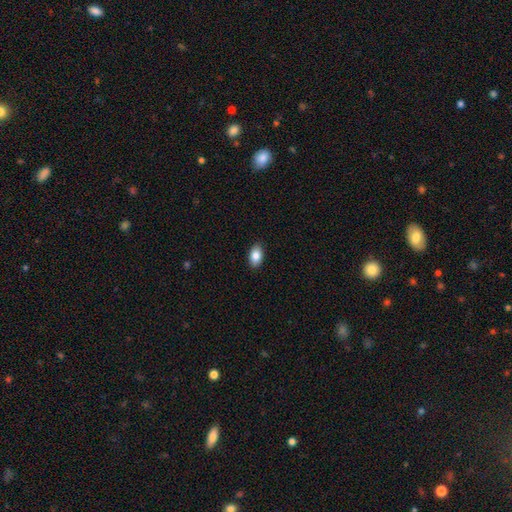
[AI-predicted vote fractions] smooth_or_featured: smooth (p=0.86) [alt: star or artifact p=0.07]
how_rounded: in between (p=0.91) [alt: round p=0.07]
merging: none (p=0.89) [alt: minor disturbance p=0.08]